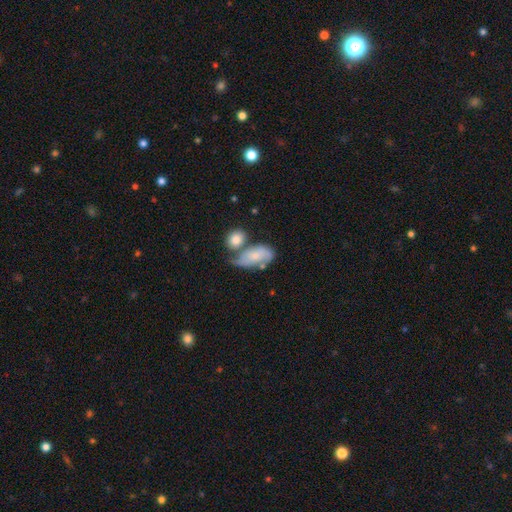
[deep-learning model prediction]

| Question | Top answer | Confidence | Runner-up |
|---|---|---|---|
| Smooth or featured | smooth | 61% | featured or disk (32%) |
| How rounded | in between | 90% | round (7%) |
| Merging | merger | 33% | none (29%) |